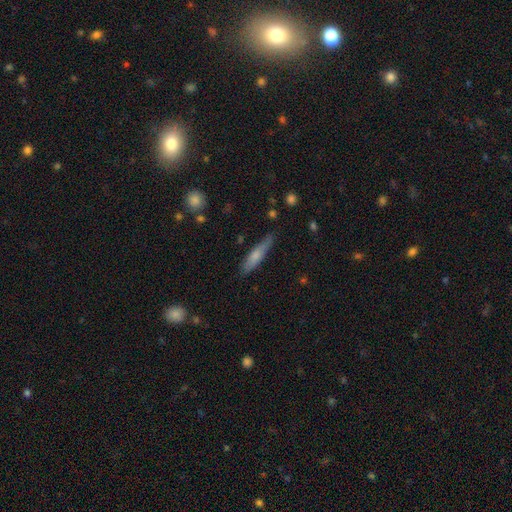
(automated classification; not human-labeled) A smooth galaxy with no disk features (66%) that is cigar-shaped (81%). Merging: none (76%).